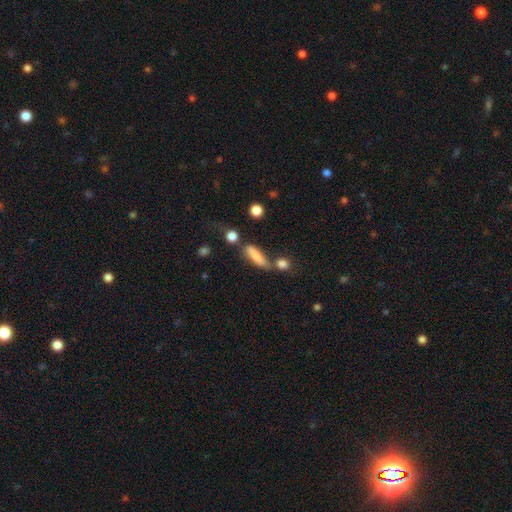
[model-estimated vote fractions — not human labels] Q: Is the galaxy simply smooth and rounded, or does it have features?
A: smooth — 76%.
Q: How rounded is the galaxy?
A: cigar-shaped — 60%.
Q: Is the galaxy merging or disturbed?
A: none — 48%.